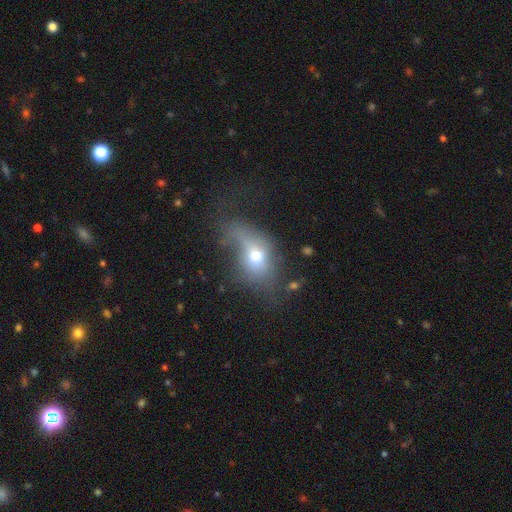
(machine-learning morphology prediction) A smooth galaxy with no disk features (58%) that is in between round and cigar-shaped (64%). Merging: major disturbance (41%).